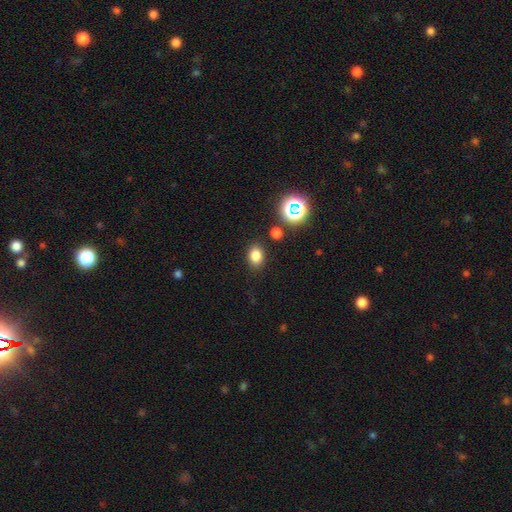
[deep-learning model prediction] Smooth or featured? Predicted: smooth (p=0.79). How rounded? Predicted: in between (p=0.64). Merging? Predicted: none (p=0.84).